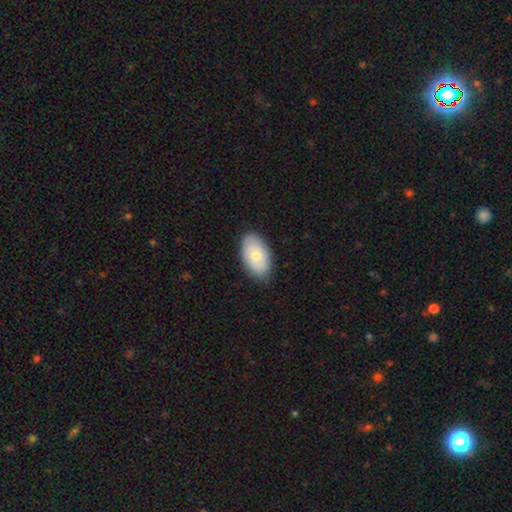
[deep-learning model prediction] Smooth or featured? Predicted: smooth (p=0.67). How rounded? Predicted: in between (p=0.93). Merging? Predicted: none (p=0.81).